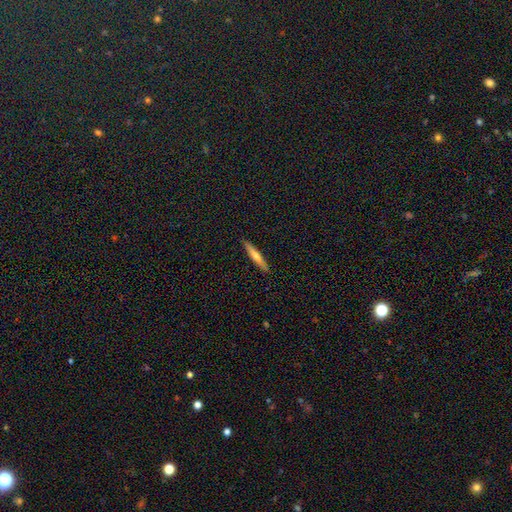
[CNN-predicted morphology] Overall: smooth (54%; featured or disk 40%). How rounded: cigar-shaped (92%). Merging: none (91%).